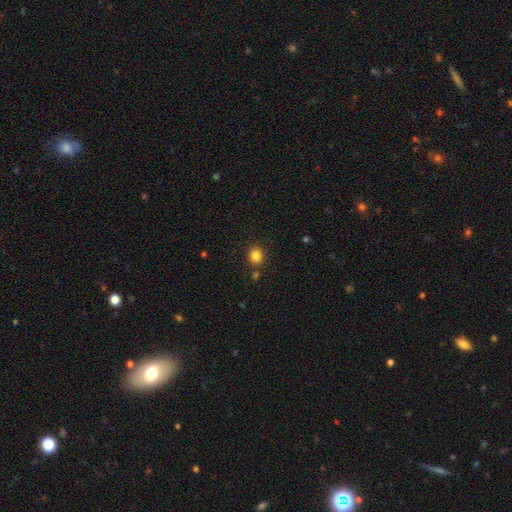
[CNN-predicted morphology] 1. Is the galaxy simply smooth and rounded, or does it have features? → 84% smooth, 12% star or artifact, 5% featured or disk.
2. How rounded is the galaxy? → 72% round, 27% in between, 1% cigar-shaped.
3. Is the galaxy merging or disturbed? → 83% none, 9% minor disturbance, 5% merger, 3% major disturbance.